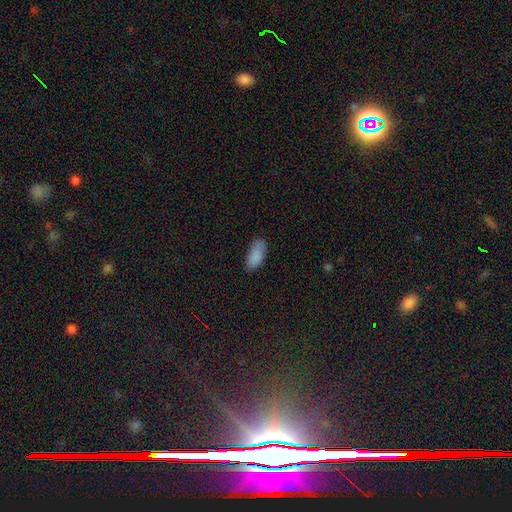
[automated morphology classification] This appears to be a smooth galaxy with no disk features (88%) that is in between round and cigar-shaped (87%). Merging: none (77%).